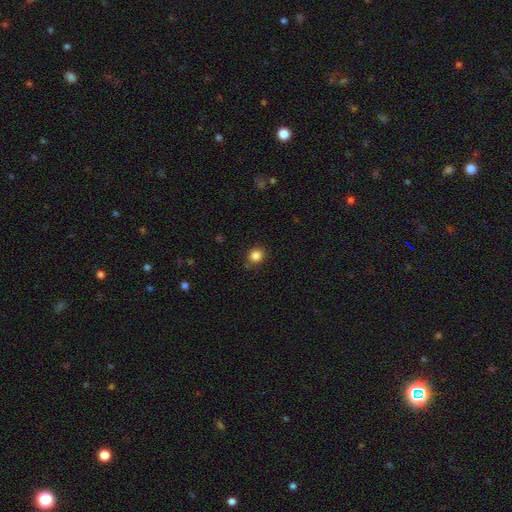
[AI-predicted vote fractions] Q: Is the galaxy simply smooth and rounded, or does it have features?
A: smooth — 85%.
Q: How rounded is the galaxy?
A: round — 85%.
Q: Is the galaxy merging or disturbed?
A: none — 84%.